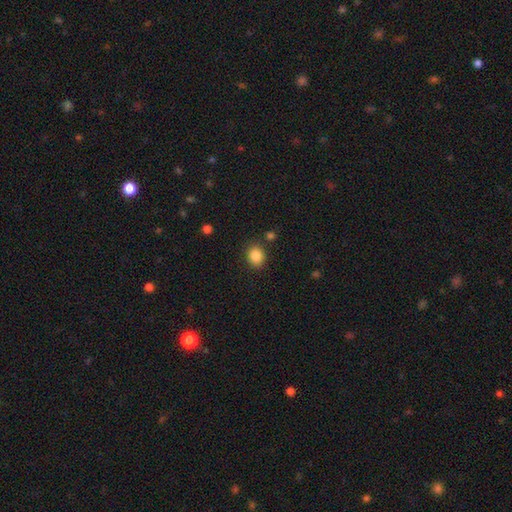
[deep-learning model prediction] Smooth or featured? smooth (86%)
How rounded? round (52%)
Merging? none (84%)